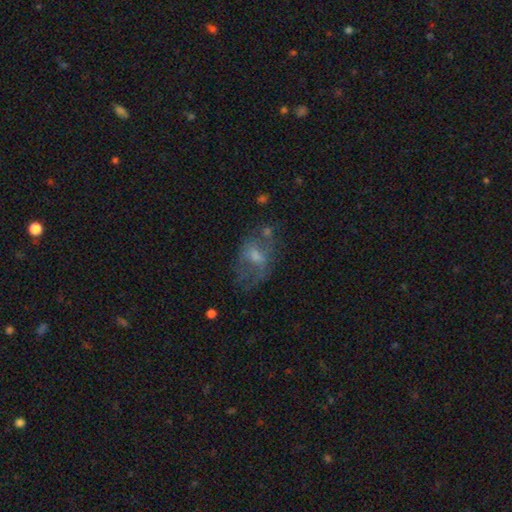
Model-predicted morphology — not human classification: Smooth or featured? Predicted: featured or disk (p=0.48). Merging? Predicted: none (p=0.36).